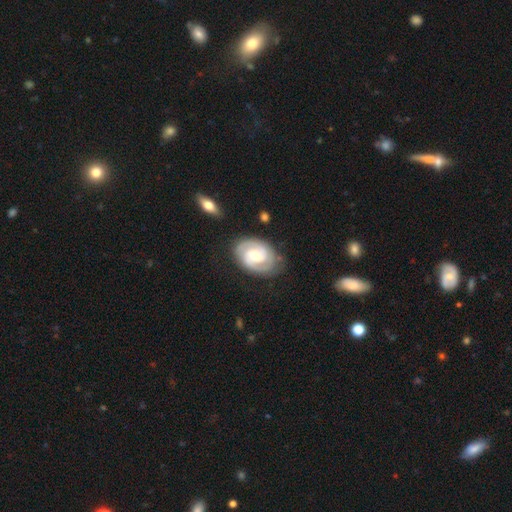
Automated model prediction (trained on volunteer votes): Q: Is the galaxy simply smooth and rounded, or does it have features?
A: featured or disk — 85%.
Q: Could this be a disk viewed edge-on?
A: no — 97%.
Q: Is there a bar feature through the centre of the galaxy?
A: weak — 49%.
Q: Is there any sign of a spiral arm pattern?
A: yes — 96%.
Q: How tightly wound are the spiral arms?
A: tight — 59%.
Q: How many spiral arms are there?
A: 2 — 82%.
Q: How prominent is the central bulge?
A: moderate — 59%.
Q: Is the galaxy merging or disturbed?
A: none — 79%.